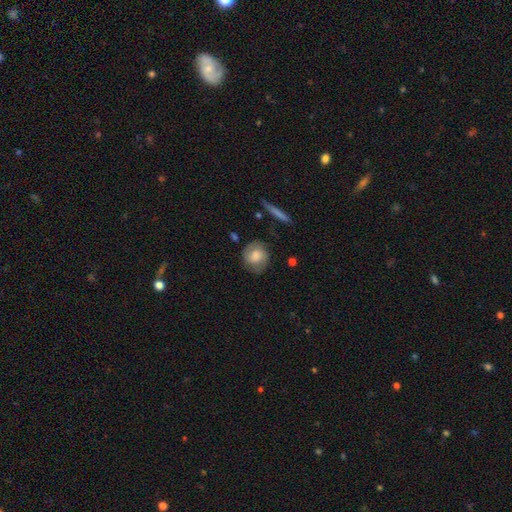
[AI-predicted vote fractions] Q: Smooth or featured?
A: smooth (60%); runner-up: featured or disk (33%)
Q: How rounded?
A: round (76%); runner-up: in between (23%)
Q: Merging?
A: none (76%); runner-up: minor disturbance (17%)